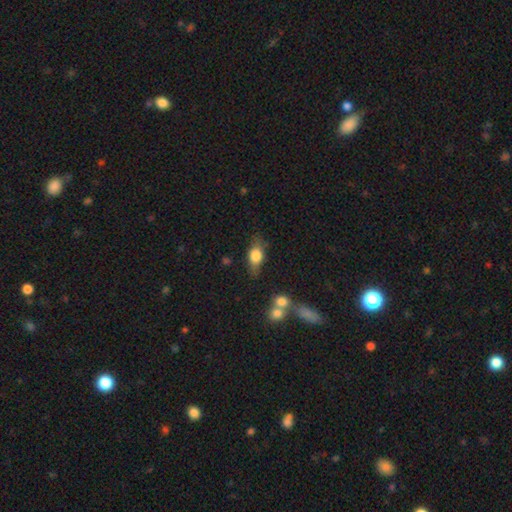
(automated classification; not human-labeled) A smooth galaxy with no disk features (72%) that is in between round and cigar-shaped (76%). Merging: none (67%).